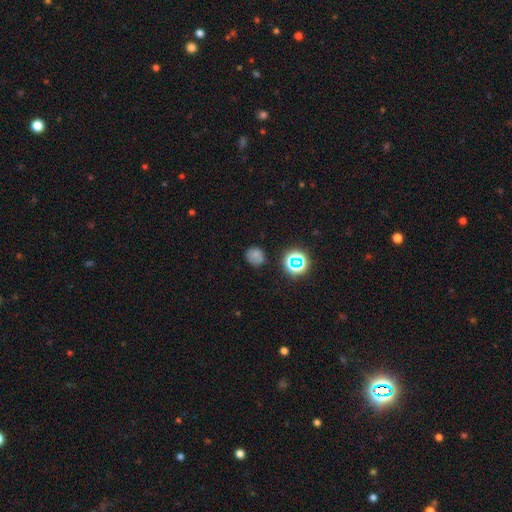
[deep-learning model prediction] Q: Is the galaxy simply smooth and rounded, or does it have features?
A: smooth — 66%.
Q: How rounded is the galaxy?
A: round — 80%.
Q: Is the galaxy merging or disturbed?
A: none — 76%.